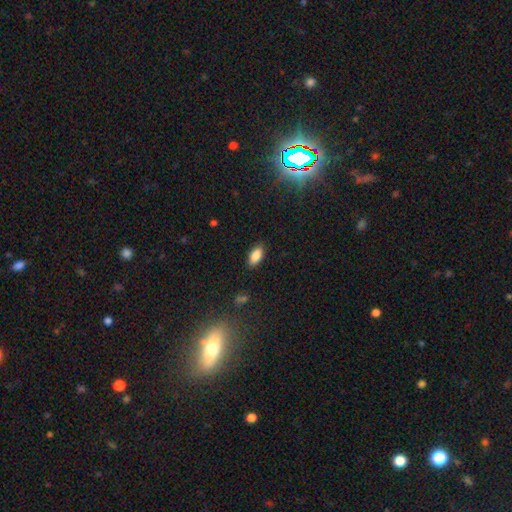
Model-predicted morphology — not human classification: This appears to be a smooth galaxy with no disk features (87%) that is in between round and cigar-shaped (91%). Merging: none (86%).